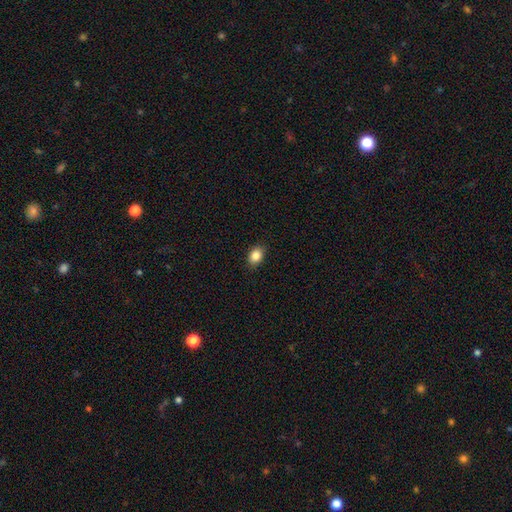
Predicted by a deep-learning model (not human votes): The model was most divided on "how rounded": in between: 72%, round: 27%, cigar-shaped: 1%. More confident: merging — none (89%); smooth or featured — smooth (86%).